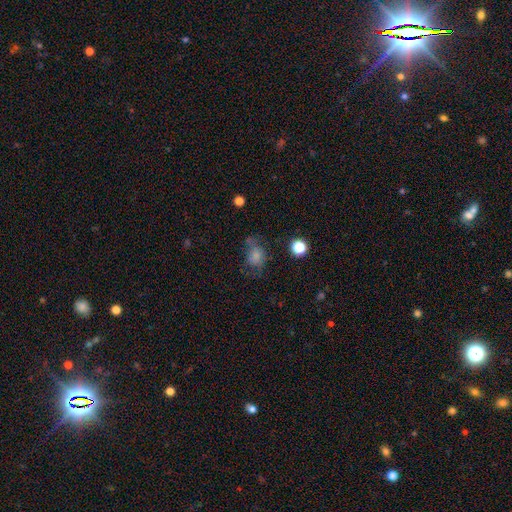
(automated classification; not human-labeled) Smooth or featured?
  - smooth: 70% *
  - featured or disk: 16%
  - star or artifact: 14%
How rounded?
  - in between: 53% *
  - round: 46%
  - cigar-shaped: 1%
Merging?
  - none: 45% *
  - minor disturbance: 27%
  - major disturbance: 21%
  - merger: 7%